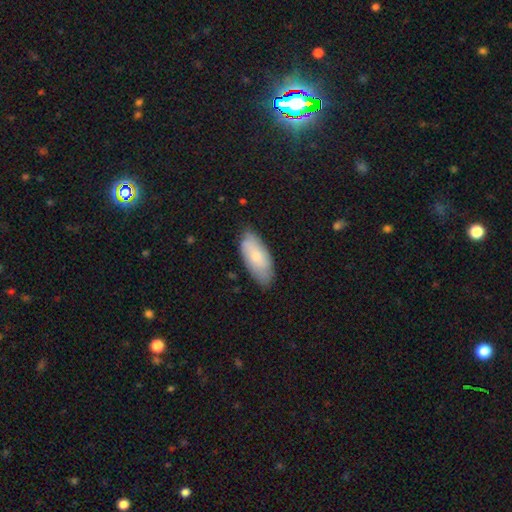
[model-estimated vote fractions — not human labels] Smooth or featured? smooth (68%)
How rounded? in between (87%)
Merging? none (75%)